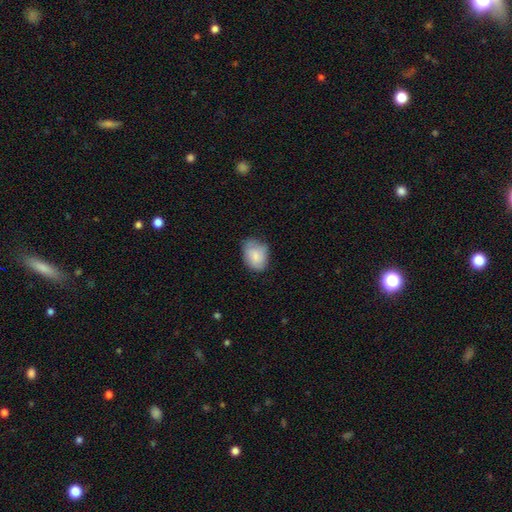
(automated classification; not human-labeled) This appears to be a smooth galaxy with no disk features (81%) that is in between round and cigar-shaped (73%). Merging: none (59%).